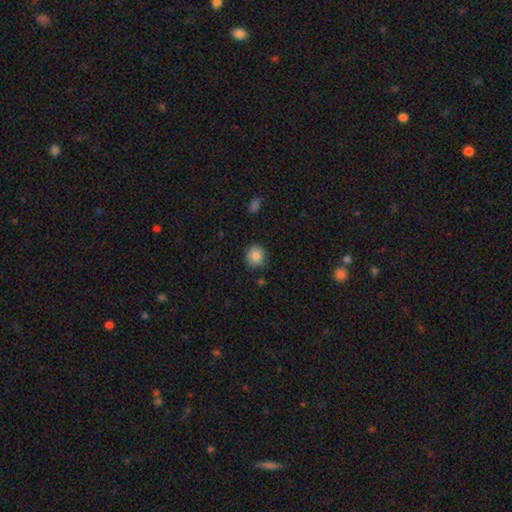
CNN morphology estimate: Q: Smooth or featured?
A: smooth (84%); runner-up: star or artifact (9%)
Q: How rounded?
A: round (86%); runner-up: in between (13%)
Q: Merging?
A: none (85%); runner-up: minor disturbance (11%)